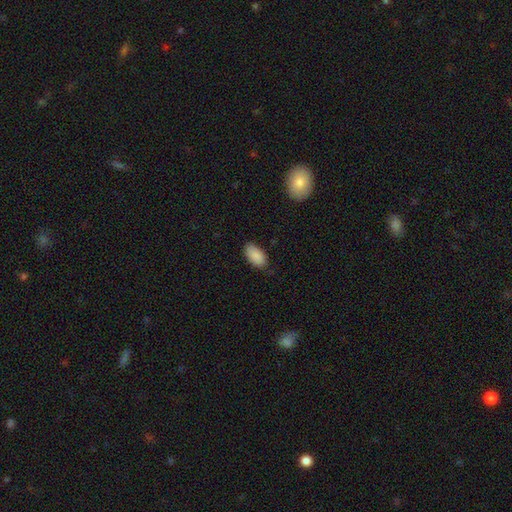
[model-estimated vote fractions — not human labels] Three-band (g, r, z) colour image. It shows a smooth galaxy with no disk features (89%) that is in between round and cigar-shaped (95%). Merging: none (79%).